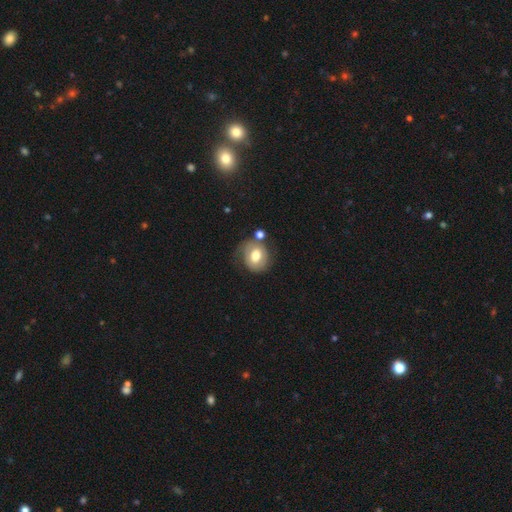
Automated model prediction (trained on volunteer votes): Smooth or featured?
  - smooth: 59% *
  - featured or disk: 33%
  - star or artifact: 8%
How rounded?
  - round: 68% *
  - in between: 31%
  - cigar-shaped: 1%
Merging?
  - none: 59% *
  - minor disturbance: 20%
  - merger: 11%
  - major disturbance: 10%